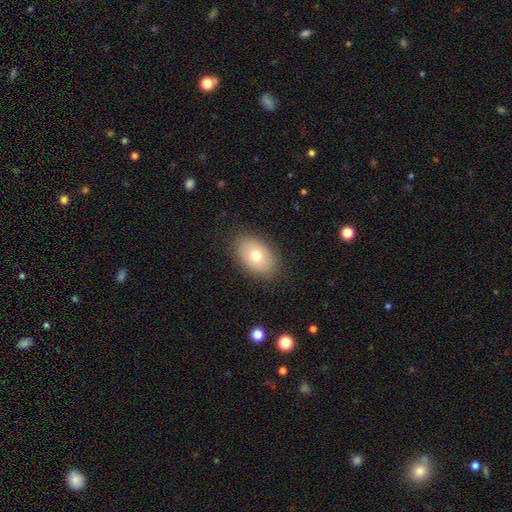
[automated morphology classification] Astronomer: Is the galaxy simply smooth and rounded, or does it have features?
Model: smooth — 71%.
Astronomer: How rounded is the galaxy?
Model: in between — 84%.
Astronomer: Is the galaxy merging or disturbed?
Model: none — 86%.